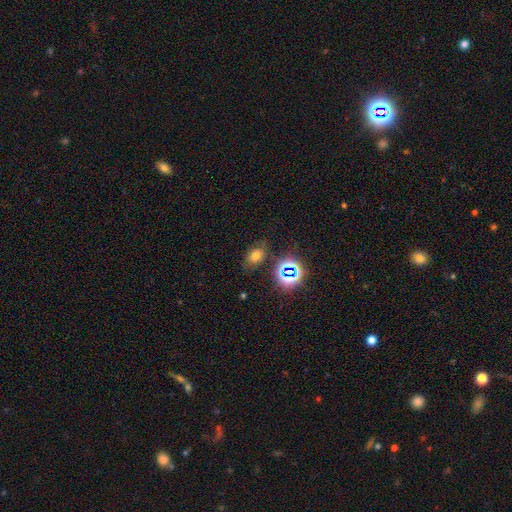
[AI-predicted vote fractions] Smooth or featured? smooth (58%)
How rounded? in between (73%)
Merging? none (73%)